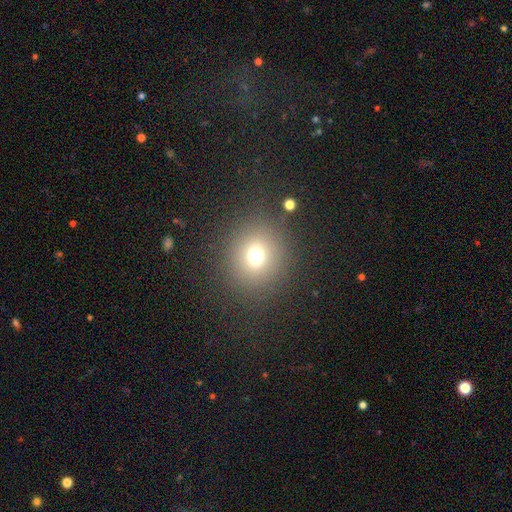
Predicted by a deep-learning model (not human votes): This is likely a smooth galaxy (69%). How rounded: clearly round (84%). Merging: clearly none (85%).